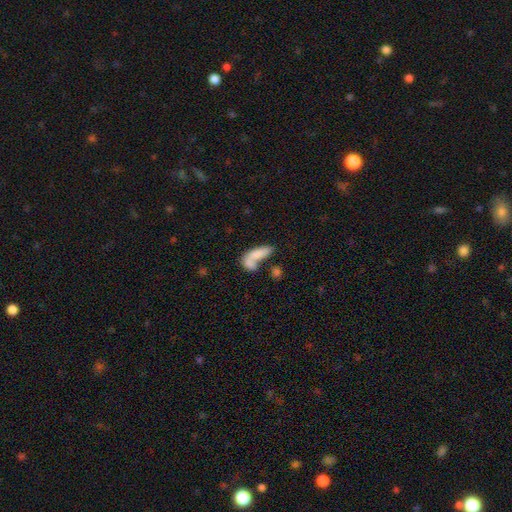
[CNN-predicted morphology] Smooth or featured? smooth (75%)
How rounded? in between (67%)
Merging? merger (56%)